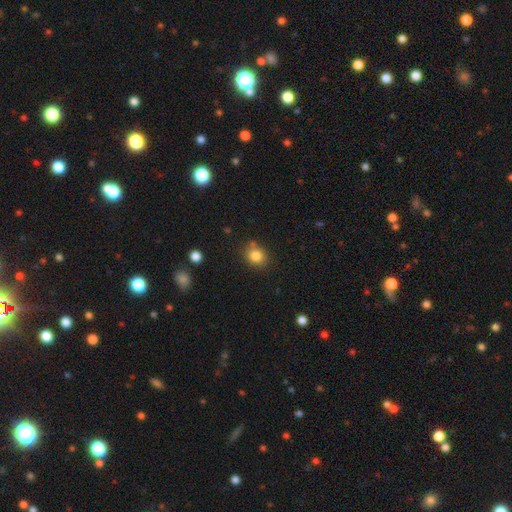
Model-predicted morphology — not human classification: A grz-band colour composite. It shows a smooth galaxy with no disk features (83%) that is round (71%). Merging: none (75%).